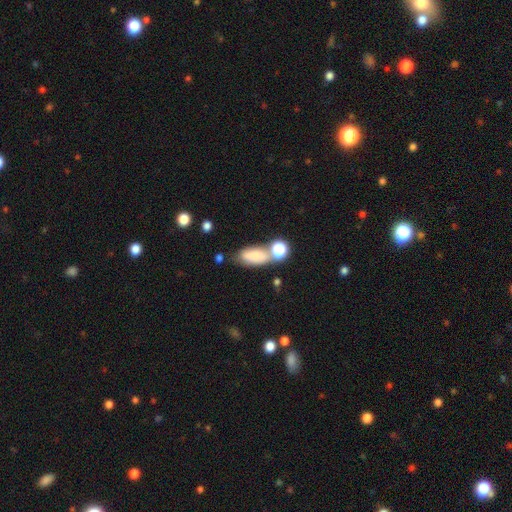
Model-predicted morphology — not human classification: Smooth or featured?
  - smooth: 76% *
  - featured or disk: 13%
  - star or artifact: 11%
How rounded?
  - in between: 83% *
  - cigar-shaped: 11%
  - round: 6%
Merging?
  - none: 48% *
  - merger: 27%
  - minor disturbance: 18%
  - major disturbance: 8%